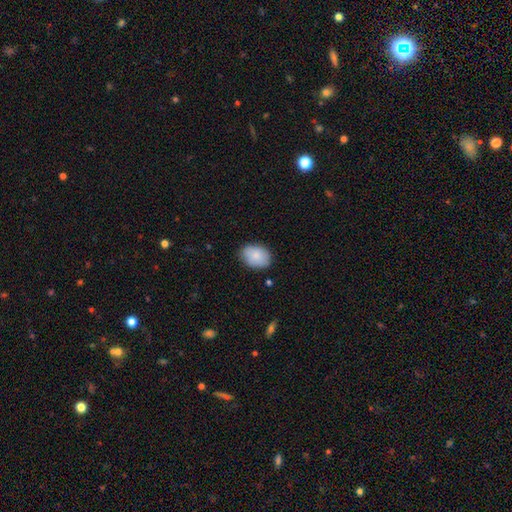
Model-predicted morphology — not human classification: A smooth galaxy with no disk features (87%) that is in between round and cigar-shaped (80%).

Vote fractions:
- Smooth or featured? smooth: 87% / featured or disk: 7% / star or artifact: 7%
- How rounded? in between: 80% / round: 19% / cigar-shaped: 1%
- Merging? none: 81% / minor disturbance: 15% / major disturbance: 3% / merger: 1%